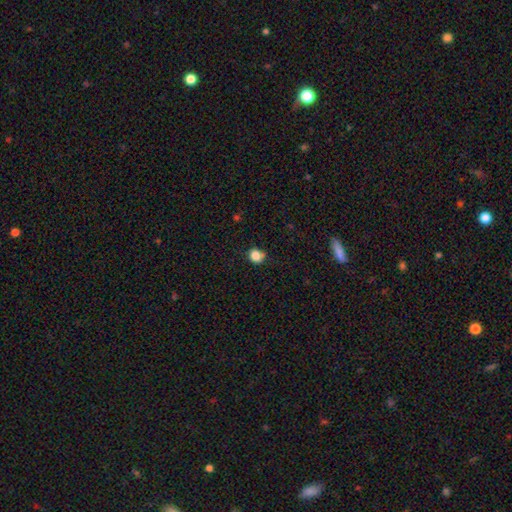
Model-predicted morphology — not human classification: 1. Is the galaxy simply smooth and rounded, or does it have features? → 83% smooth, 11% star or artifact, 6% featured or disk.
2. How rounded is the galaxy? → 78% round, 21% in between, 1% cigar-shaped.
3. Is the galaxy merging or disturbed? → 66% none, 24% minor disturbance, 5% major disturbance, 5% merger.